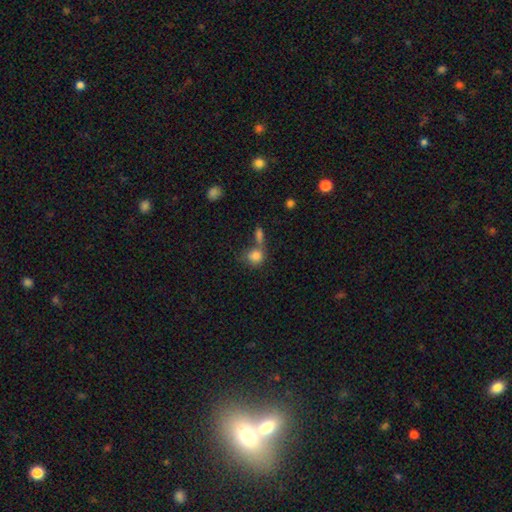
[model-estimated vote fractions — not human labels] The model was most divided on "merging": none: 45%, merger: 36%, minor disturbance: 12%, major disturbance: 7%. More confident: smooth or featured — smooth (82%); how rounded — round (74%).